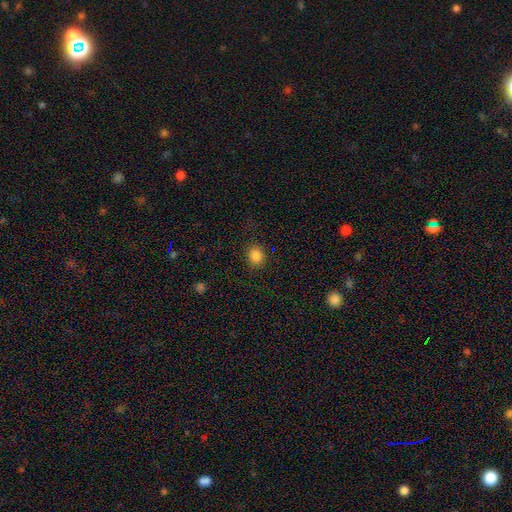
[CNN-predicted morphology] smooth-or-featured: smooth: 85% | star or artifact: 11% | featured or disk: 4%
  how-rounded: round: 76% | in between: 23% | cigar-shaped: 1%
  merging: none: 88% | minor disturbance: 8% | major disturbance: 3% | merger: 1%